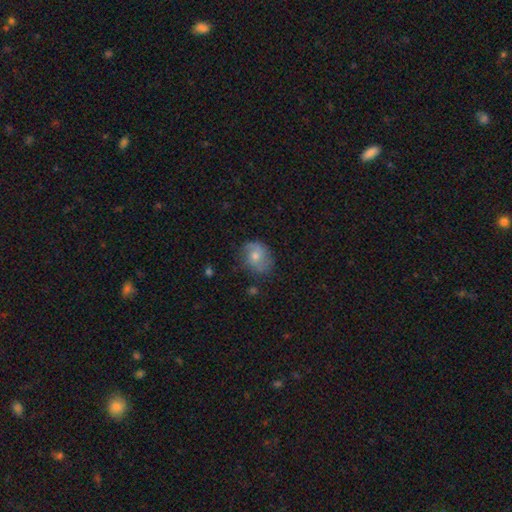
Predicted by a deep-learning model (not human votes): Q: Smooth or featured?
A: smooth (47%); runner-up: featured or disk (43%)
Q: Merging?
A: none (69%); runner-up: minor disturbance (22%)